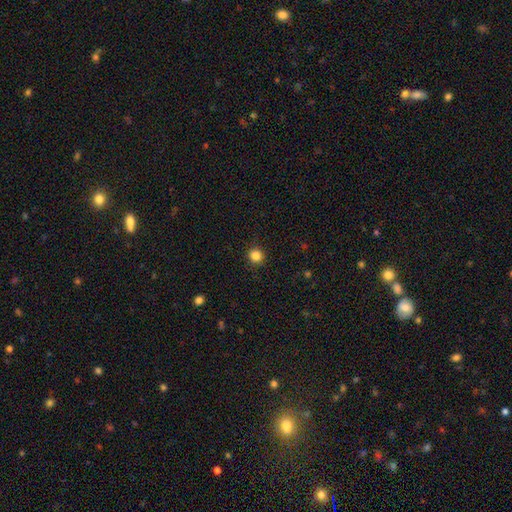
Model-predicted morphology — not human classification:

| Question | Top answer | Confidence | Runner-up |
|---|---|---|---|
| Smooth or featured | smooth | 85% | star or artifact (12%) |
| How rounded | round | 92% | in between (7%) |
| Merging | none | 91% | minor disturbance (6%) |